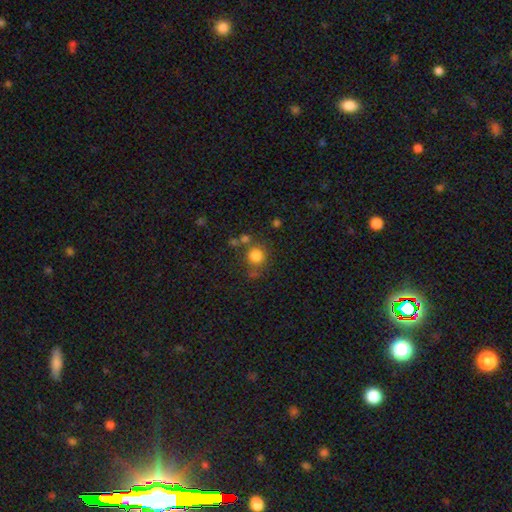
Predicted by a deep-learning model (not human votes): Smooth or featured: smooth — 81% (star or artifact — 12%)
How rounded: round — 88% (in between — 11%)
Merging: none — 66% (merger — 14%)